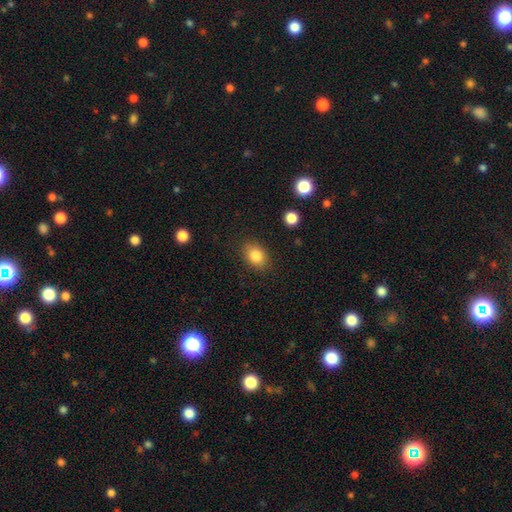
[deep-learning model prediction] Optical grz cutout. It shows a smooth galaxy with no disk features (83%) that is in between round and cigar-shaped (71%). Merging: none (86%).